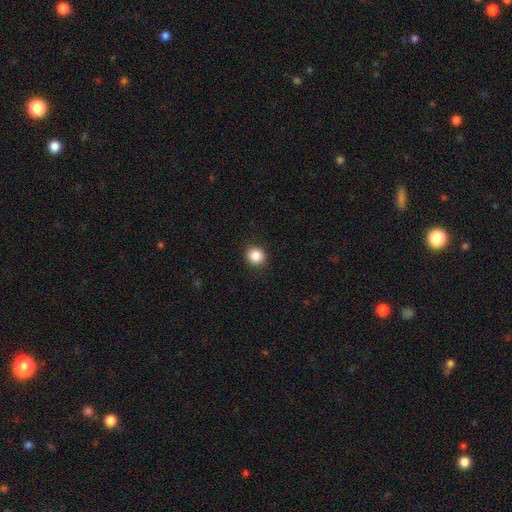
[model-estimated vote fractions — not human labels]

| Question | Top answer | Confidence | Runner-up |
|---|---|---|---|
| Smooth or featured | smooth | 86% | star or artifact (10%) |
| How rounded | round | 87% | in between (12%) |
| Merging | none | 91% | minor disturbance (6%) |